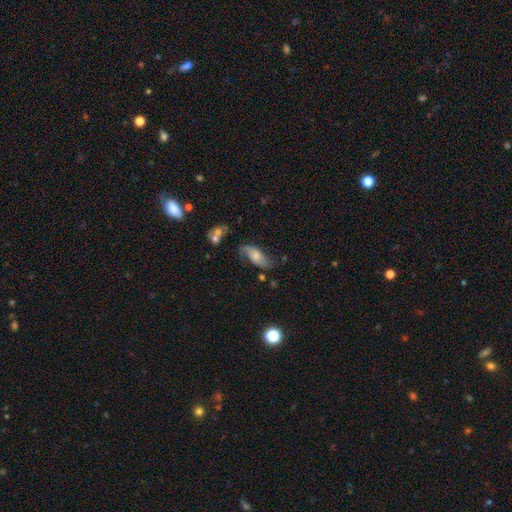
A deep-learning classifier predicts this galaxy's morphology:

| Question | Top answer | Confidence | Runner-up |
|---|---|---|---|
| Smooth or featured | featured or disk | 48% | smooth (44%) |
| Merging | none | 57% | minor disturbance (26%) |